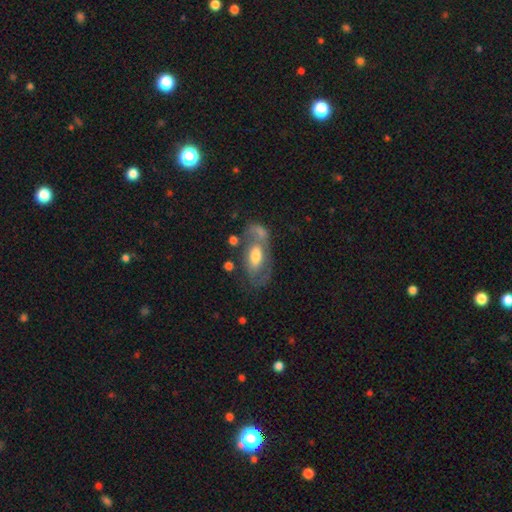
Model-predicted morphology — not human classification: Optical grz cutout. It shows a featured or disk galaxy (51%). Merging: none (45%).